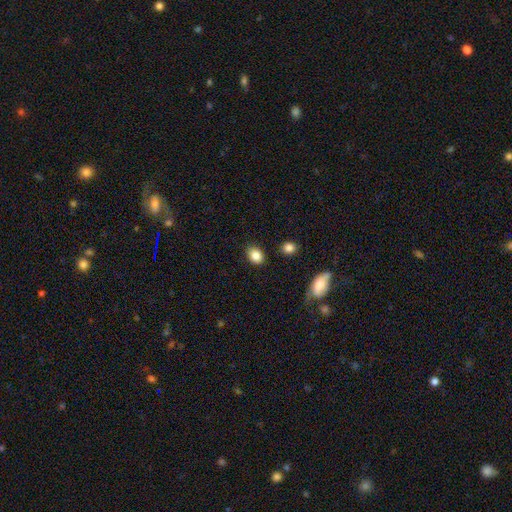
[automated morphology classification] This is clearly a smooth galaxy (86%). How rounded: likely in between (65%). Merging: clearly none (84%).